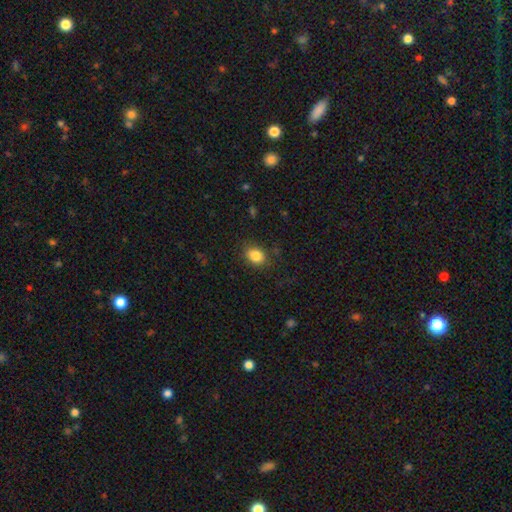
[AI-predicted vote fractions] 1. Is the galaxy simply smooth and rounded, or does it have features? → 85% smooth, 9% star or artifact, 6% featured or disk.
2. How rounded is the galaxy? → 62% in between, 37% round, 1% cigar-shaped.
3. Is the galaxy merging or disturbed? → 82% none, 13% minor disturbance, 4% major disturbance, 1% merger.